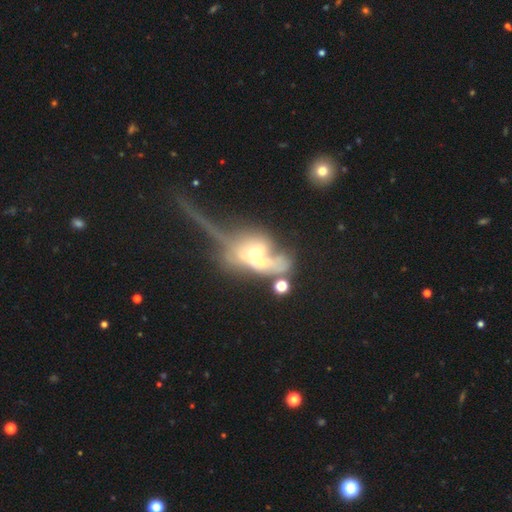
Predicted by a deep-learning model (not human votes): A featured or disk galaxy (53%). Merging: merger (55%).